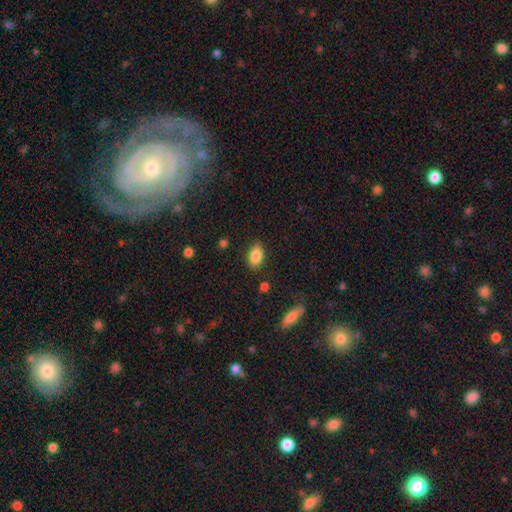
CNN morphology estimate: smooth-or-featured: smooth: 85% | star or artifact: 8% | featured or disk: 7%
  how-rounded: in between: 89% | round: 9% | cigar-shaped: 2%
  merging: none: 85% | minor disturbance: 10% | major disturbance: 3% | merger: 2%